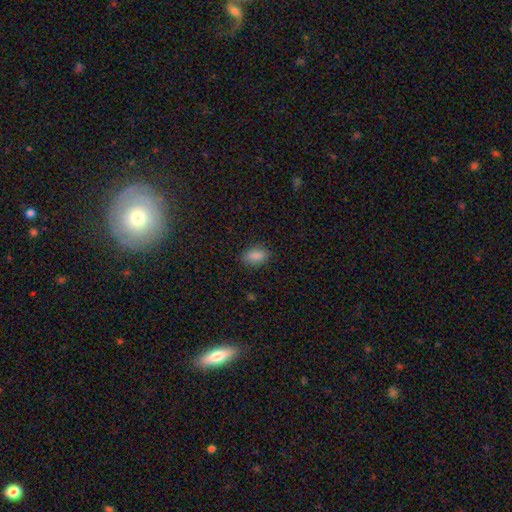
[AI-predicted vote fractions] smooth_or_featured: smooth (p=0.87) [alt: star or artifact p=0.09]
how_rounded: in between (p=0.89) [alt: round p=0.07]
merging: none (p=0.86) [alt: minor disturbance p=0.10]